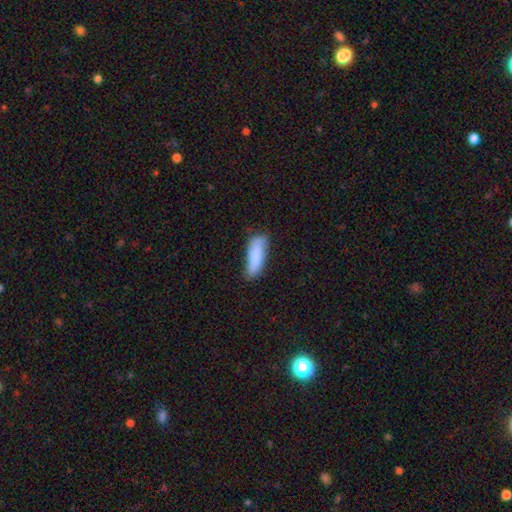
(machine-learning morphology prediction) smooth 81%, featured or disk 13%, star or artifact 6%. Down the decision tree: how rounded — cigar-shaped (49%, tied with in between); merging — none (66%).